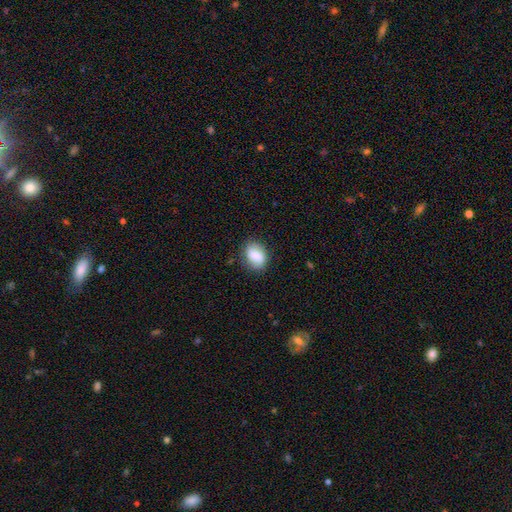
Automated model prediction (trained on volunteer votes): Overall: smooth (81%). How rounded: in between (73%). Merging: none (78%).